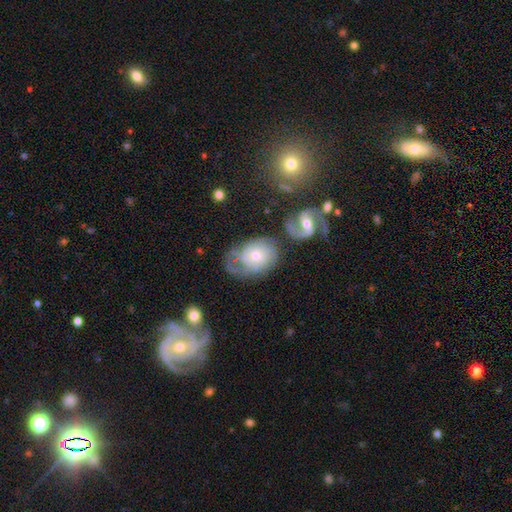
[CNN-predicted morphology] This appears to be a featured or disk galaxy (69%) with no bar (73%), 2 (35%, tied with can't tell) tight (44%) spiral arms (86%) and a moderate central bulge (55%). Merging: none (38%).